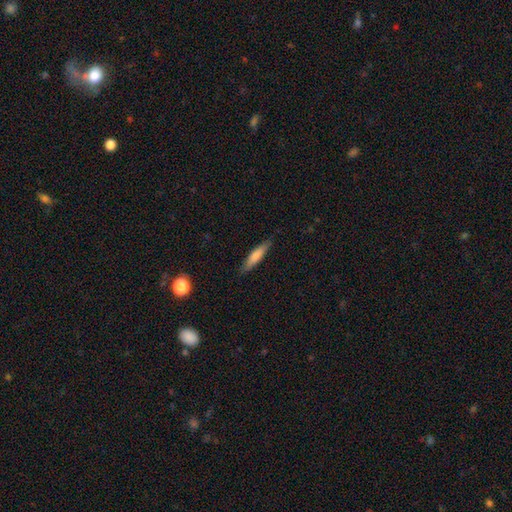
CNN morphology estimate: smooth 72%, featured or disk 22%, star or artifact 6%. Down the decision tree: how rounded — cigar-shaped (83%); merging — none (85%).